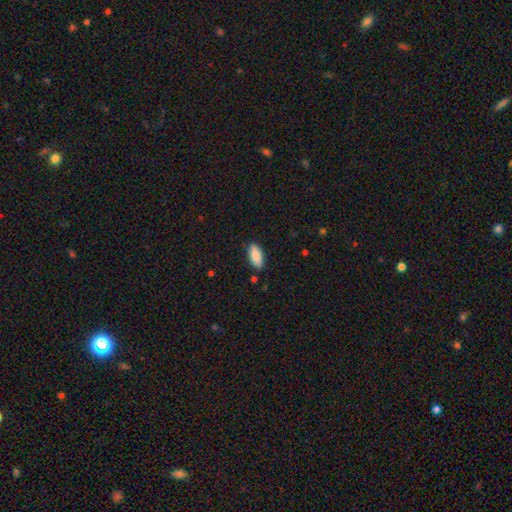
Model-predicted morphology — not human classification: smooth 86%, featured or disk 8%, star or artifact 6%. Down the decision tree: how rounded — in between (84%); merging — none (85%).